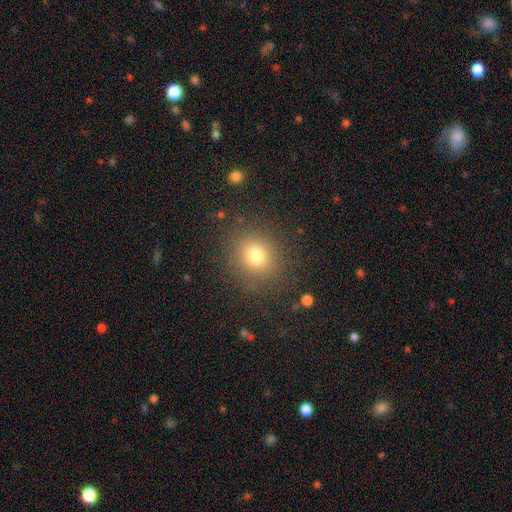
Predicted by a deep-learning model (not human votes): This is likely a smooth galaxy (76%). How rounded: likely round (77%). Merging: clearly none (86%).